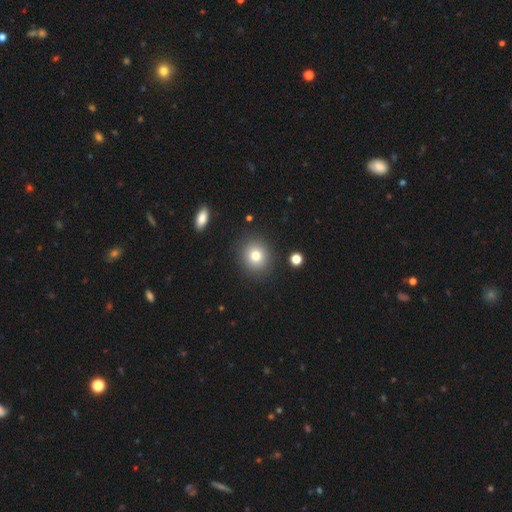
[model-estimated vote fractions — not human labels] smooth-or-featured: smooth: 78% | star or artifact: 12% | featured or disk: 10%
  how-rounded: round: 83% | in between: 16% | cigar-shaped: 1%
  merging: none: 88% | minor disturbance: 8% | major disturbance: 3% | merger: 2%